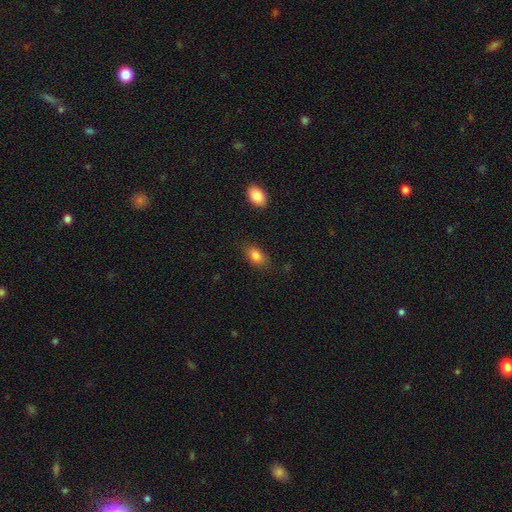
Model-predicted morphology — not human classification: type=smooth (84%); roundness=in between (87%); merging=none (80%).